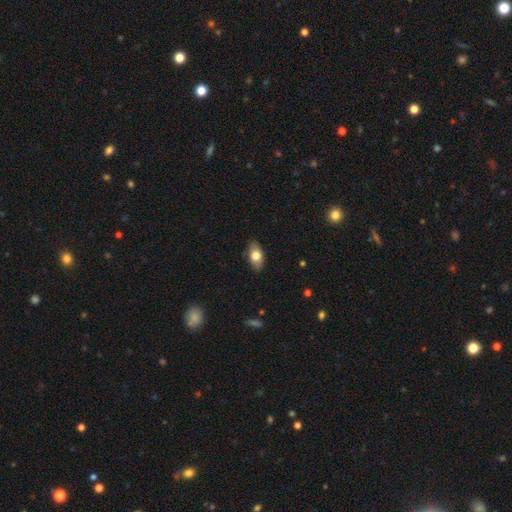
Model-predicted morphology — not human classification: Smooth or featured? smooth (74%)
How rounded? in between (91%)
Merging? none (86%)